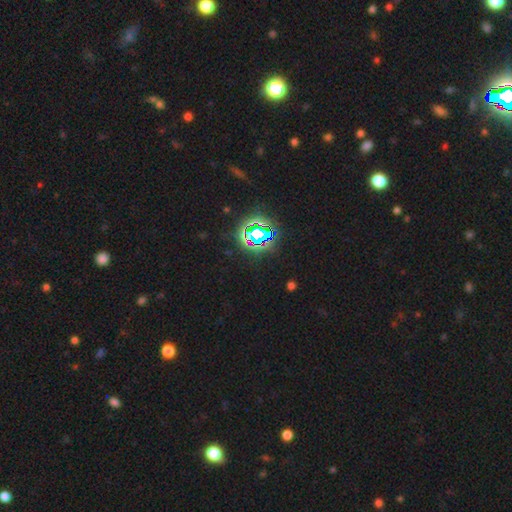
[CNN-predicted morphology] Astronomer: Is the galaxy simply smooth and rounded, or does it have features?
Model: star or artifact — 80%.